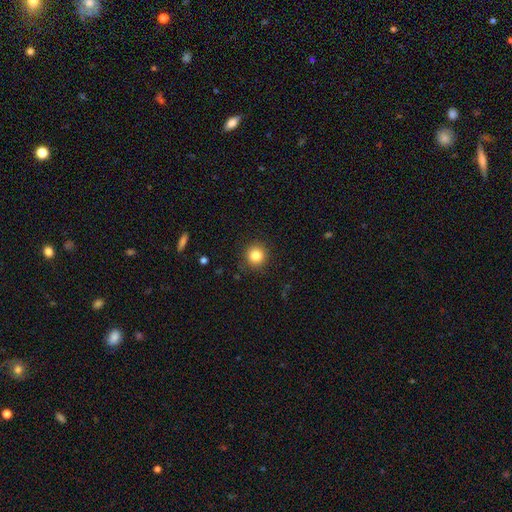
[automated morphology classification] Smooth or featured? smooth (83%)
How rounded? round (93%)
Merging? none (90%)